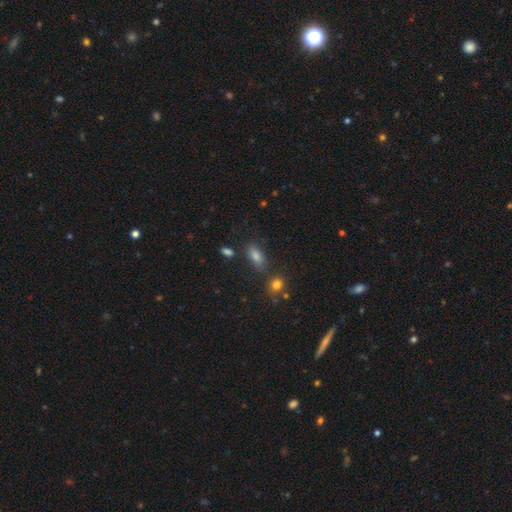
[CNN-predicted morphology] Smooth or featured: smooth — 76% (star or artifact — 15%)
How rounded: in between — 83% (cigar-shaped — 10%)
Merging: none — 74% (minor disturbance — 13%)